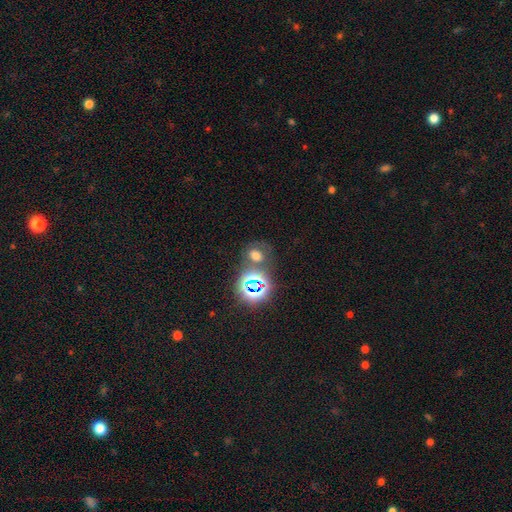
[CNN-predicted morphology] A smooth galaxy with no disk features (54%) that is round (50%). Merging: none (60%).